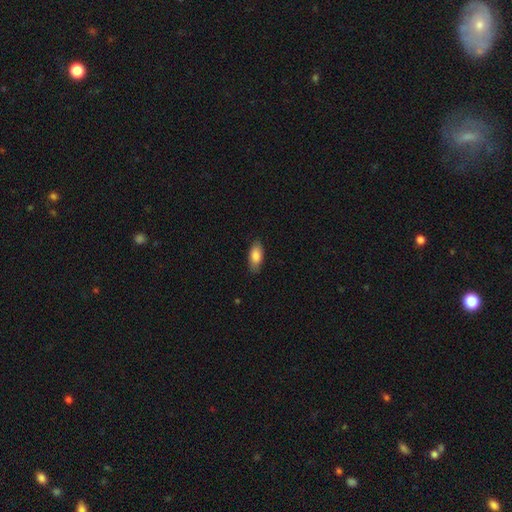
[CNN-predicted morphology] smooth 84%, featured or disk 9%, star or artifact 6%. Down the decision tree: how rounded — in between (88%); merging — none (84%).